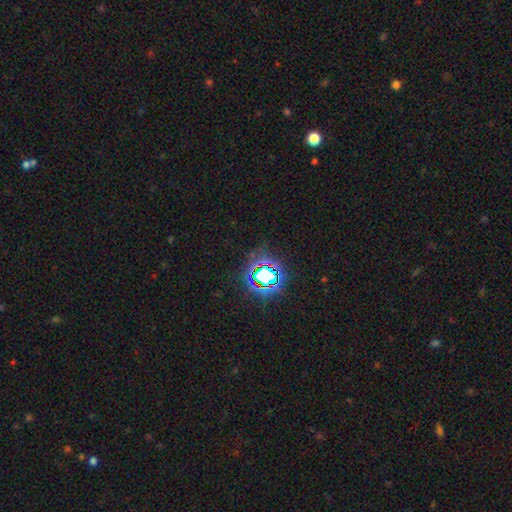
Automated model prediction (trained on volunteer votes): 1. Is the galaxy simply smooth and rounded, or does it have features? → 80% star or artifact, 13% smooth, 7% featured or disk.